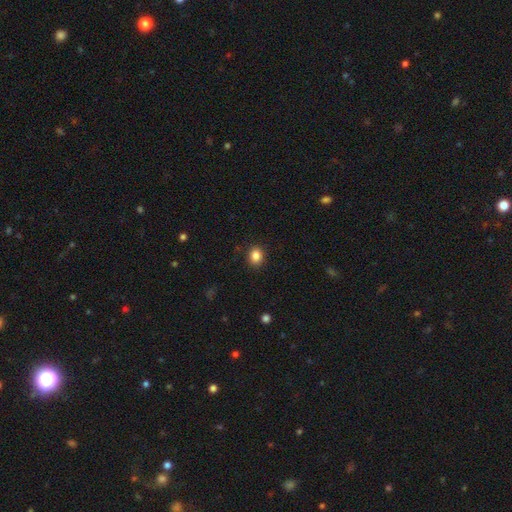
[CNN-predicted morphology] This appears to be a smooth galaxy with no disk features (86%) that is round (51%). Merging: none (89%).